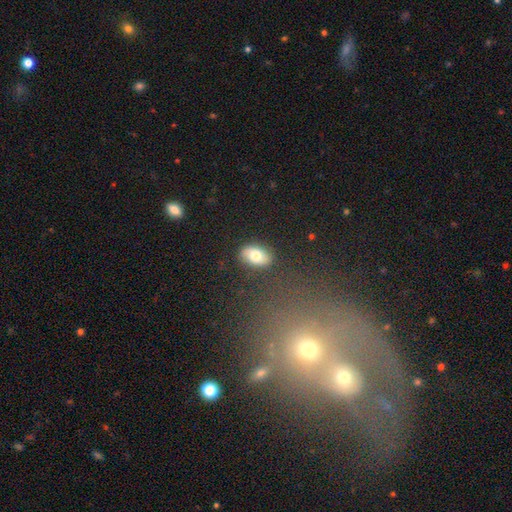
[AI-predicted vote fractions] Overall: smooth (77%). How rounded: in between (90%). Merging: none (86%).